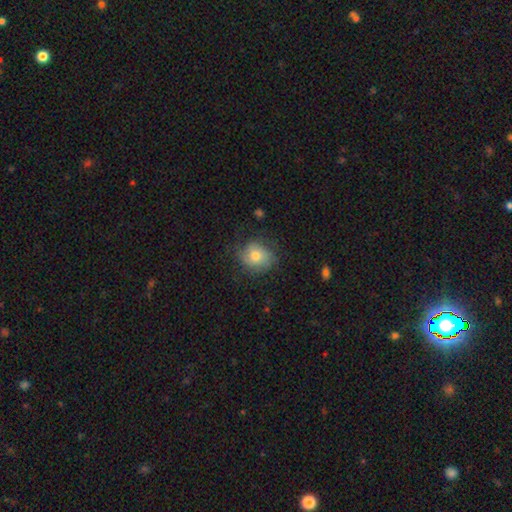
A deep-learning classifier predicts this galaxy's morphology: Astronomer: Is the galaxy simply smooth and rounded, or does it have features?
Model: smooth — 67%.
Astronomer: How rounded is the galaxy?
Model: round — 69%.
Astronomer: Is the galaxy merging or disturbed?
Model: none — 65%.